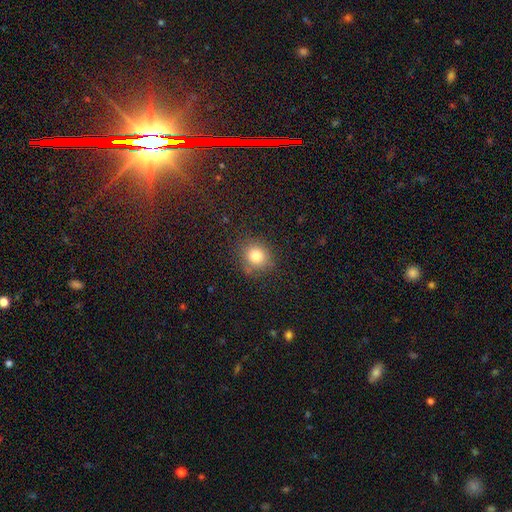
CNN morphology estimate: smooth 80%, star or artifact 13%, featured or disk 8%. Down the decision tree: how rounded — round (79%); merging — none (81%).